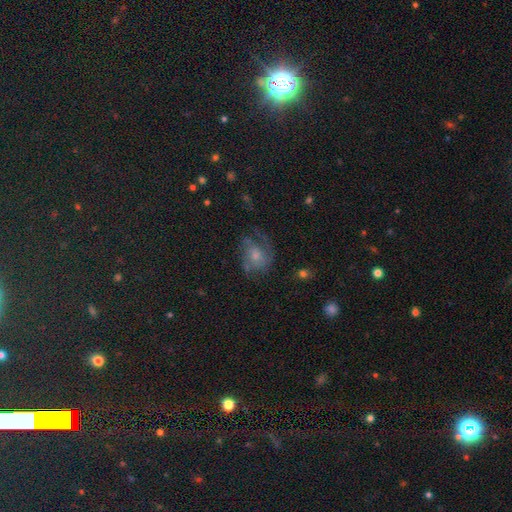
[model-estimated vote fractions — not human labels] Smooth or featured: featured or disk — 55% (smooth — 34%)
Edge-on disk: no — 97% (yes — 3%)
Bar: no — 75% (weak — 21%)
Spiral arms: yes — 76% (no — 24%)
Bulge size: moderate — 44% (small — 40%)
Merging: none — 45% (major disturbance — 30%)